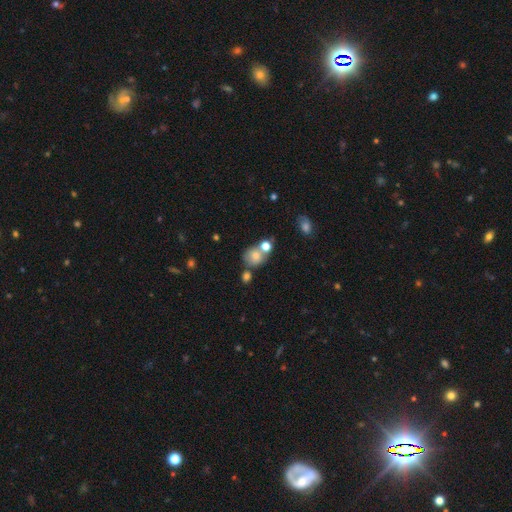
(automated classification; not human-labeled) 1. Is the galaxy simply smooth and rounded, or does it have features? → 72% smooth, 16% featured or disk, 13% star or artifact.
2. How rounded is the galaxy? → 67% round, 32% in between, 1% cigar-shaped.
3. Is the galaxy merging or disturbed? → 47% none, 34% merger, 14% minor disturbance, 6% major disturbance.